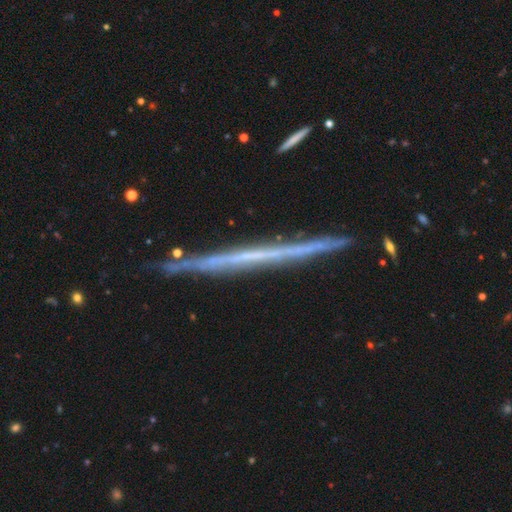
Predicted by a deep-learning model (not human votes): smooth_or_featured: featured or disk (p=0.68) [alt: smooth p=0.25]
disk_edge_on: yes (p=0.97) [alt: no p=0.03]
edge_on_bulge: none (p=0.93) [alt: rounded p=0.05]
merging: none (p=0.88) [alt: minor disturbance p=0.09]